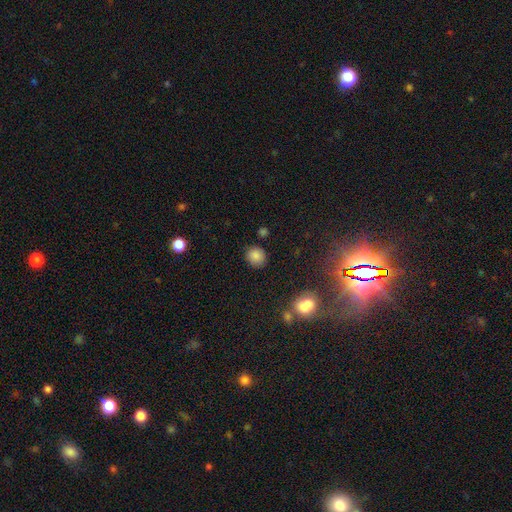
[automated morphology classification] Q: Smooth or featured?
A: smooth (84%); runner-up: star or artifact (11%)
Q: How rounded?
A: round (81%); runner-up: in between (18%)
Q: Merging?
A: none (86%); runner-up: minor disturbance (9%)